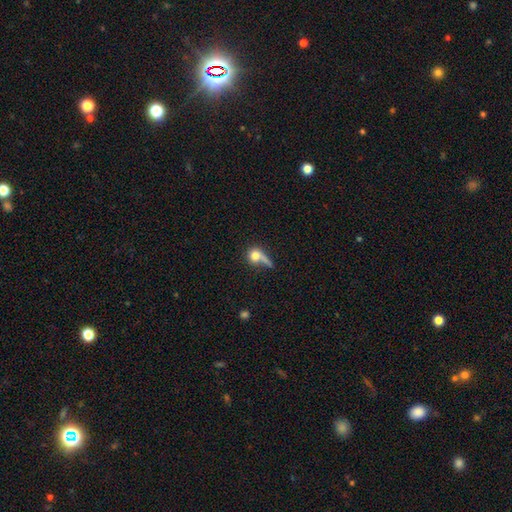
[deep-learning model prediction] This appears to be a smooth galaxy with no disk features (70%) that is round (71%). Merging: none (34%).